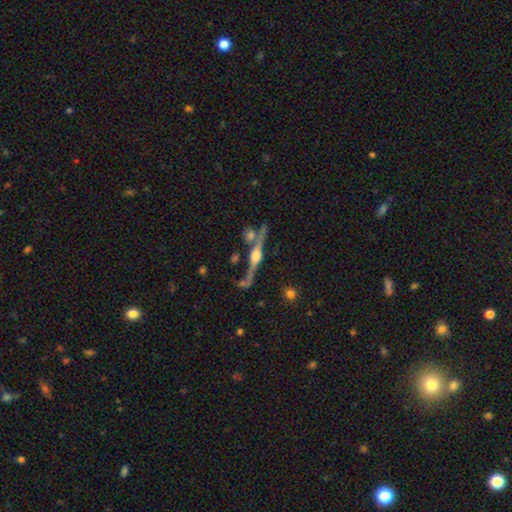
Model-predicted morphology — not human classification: The model was most divided on "merging": none: 75%, minor disturbance: 12%, merger: 9%, major disturbance: 4%. More confident: edge-on disk — yes (97%); edge-on bulge — rounded (93%); smooth or featured — featured or disk (86%).